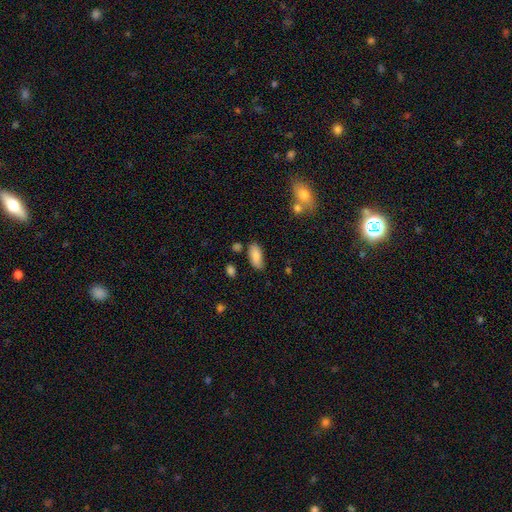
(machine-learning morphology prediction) This is clearly a smooth galaxy (85%). How rounded: clearly in between (87%). Merging: likely none (72%).